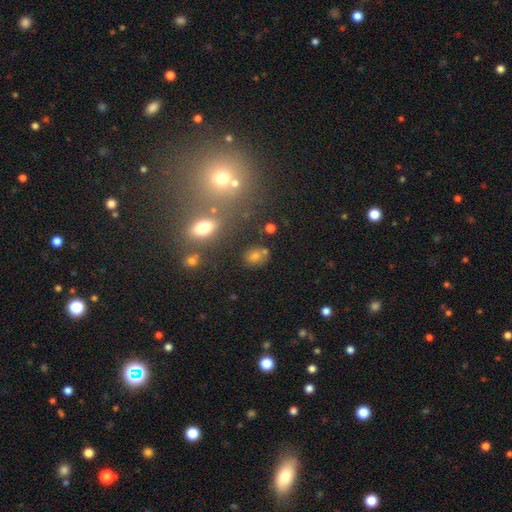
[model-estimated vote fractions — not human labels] Smooth or featured? Predicted: smooth (p=0.71). How rounded? Predicted: round (p=0.50). Merging? Predicted: none (p=0.69).